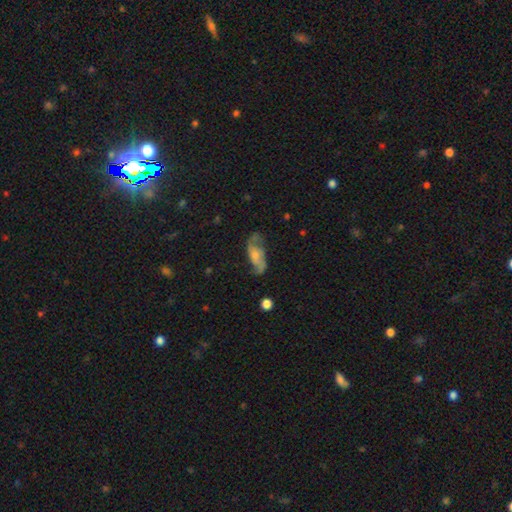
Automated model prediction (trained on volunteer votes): This is possibly a featured or disk galaxy (58%). It is clearly not viewed edge-on (89%). Bar: likely no (61%). Spiral arm pattern: likely yes (79%). Central bulge: marginally small (43%). Merging: possibly none (47%).